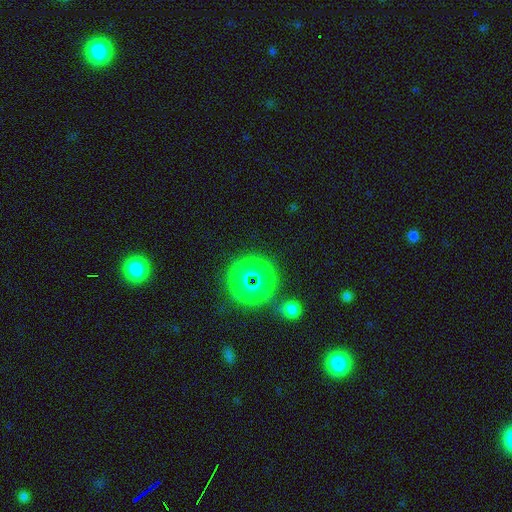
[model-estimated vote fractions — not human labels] Q: Smooth or featured?
A: star or artifact (76%); runner-up: smooth (17%)